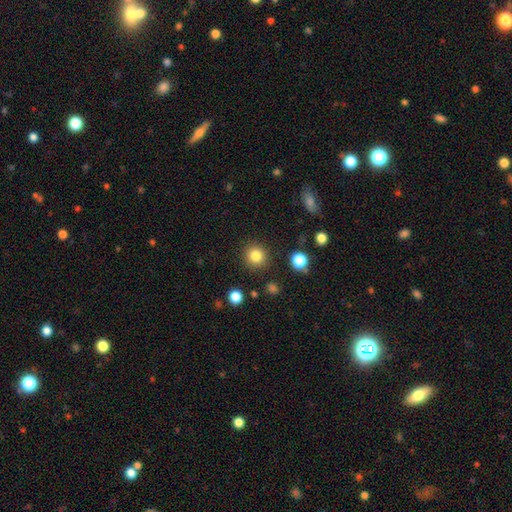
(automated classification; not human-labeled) Smooth or featured? smooth (82%)
How rounded? round (92%)
Merging? none (89%)